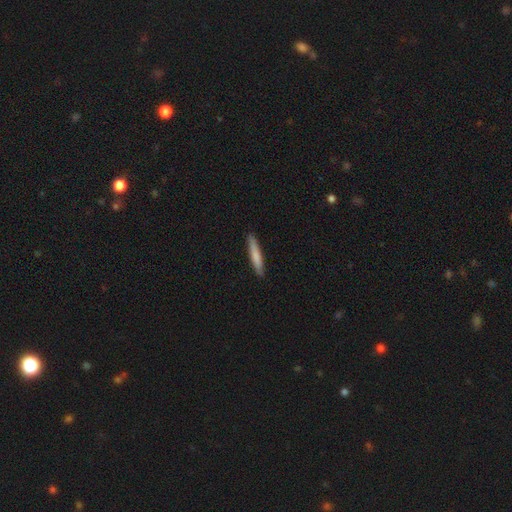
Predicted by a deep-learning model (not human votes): Smooth or featured: smooth — 77% (featured or disk — 18%)
How rounded: cigar-shaped — 94% (in between — 5%)
Merging: none — 90% (minor disturbance — 7%)